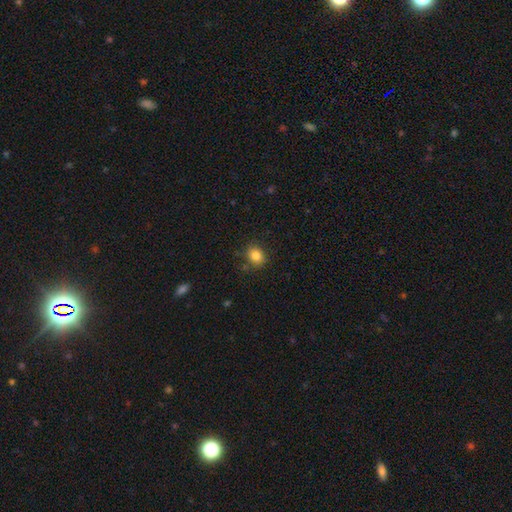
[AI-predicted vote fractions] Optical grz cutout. It shows a smooth galaxy with no disk features (83%) that is round (61%). Merging: none (82%).